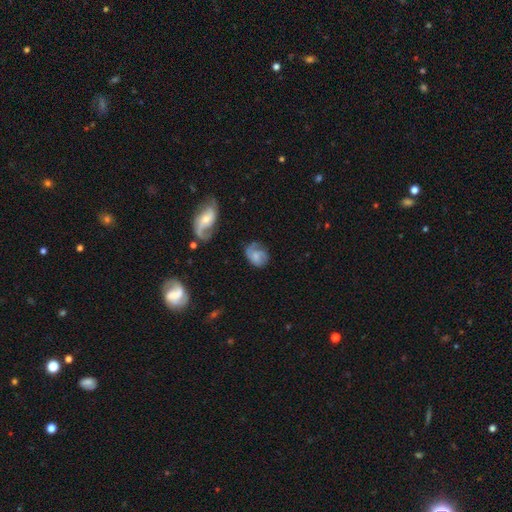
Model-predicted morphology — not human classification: Smooth or featured? Predicted: featured or disk (p=0.55). Edge-on disk? Predicted: no (p=0.96). Bar? Predicted: no (p=0.65). Spiral arms? Predicted: yes (p=0.88). Bulge size? Predicted: none (p=0.34). Merging? Predicted: none (p=0.55).